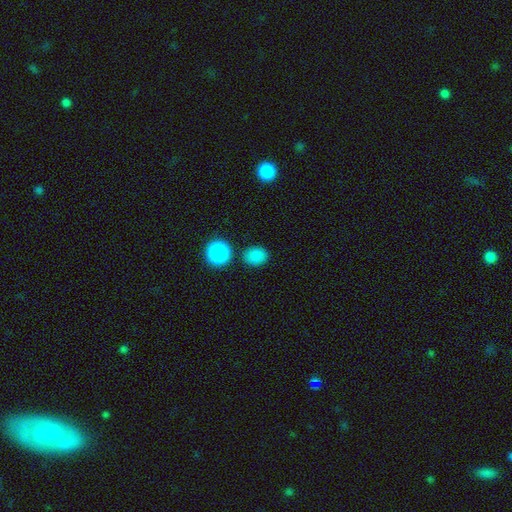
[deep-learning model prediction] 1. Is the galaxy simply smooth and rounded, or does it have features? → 82% smooth, 14% star or artifact, 4% featured or disk.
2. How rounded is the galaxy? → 58% round, 41% in between, 1% cigar-shaped.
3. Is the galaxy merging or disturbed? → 82% none, 10% minor disturbance, 5% merger, 3% major disturbance.